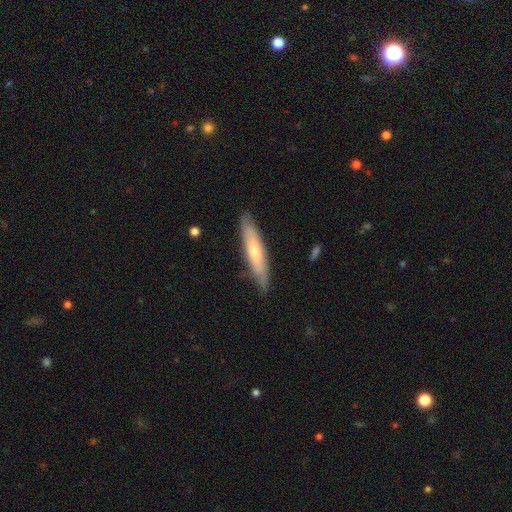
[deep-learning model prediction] Morphology: type=smooth (49%); merging=none (85%).